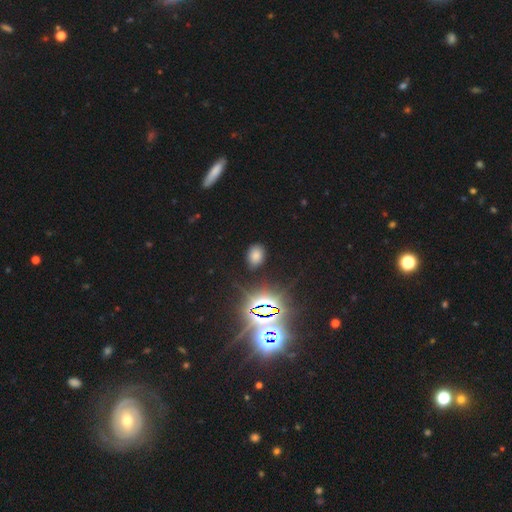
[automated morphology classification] This appears to be a smooth galaxy with no disk features (65%) that is in between round and cigar-shaped (77%). Merging: none (83%).